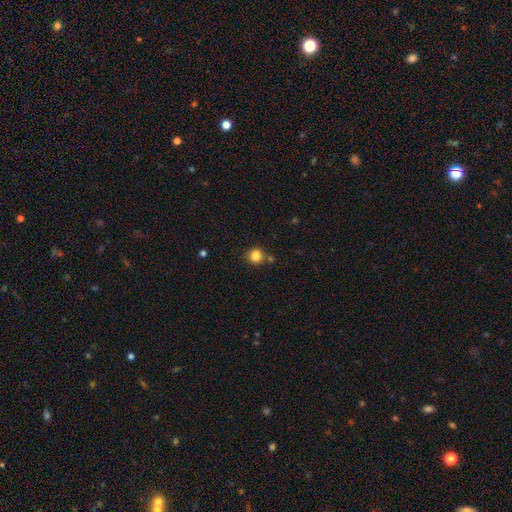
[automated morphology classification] smooth 83%, star or artifact 12%, featured or disk 5%. Down the decision tree: how rounded — round (89%); merging — none (79%).